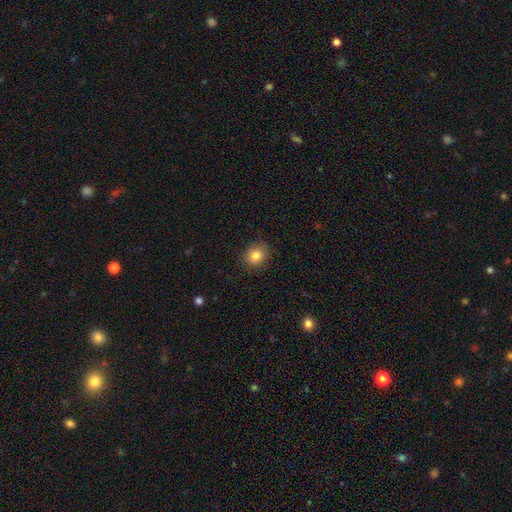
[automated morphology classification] Q: Smooth or featured?
A: smooth (83%); runner-up: star or artifact (11%)
Q: How rounded?
A: round (69%); runner-up: in between (30%)
Q: Merging?
A: none (88%); runner-up: minor disturbance (9%)